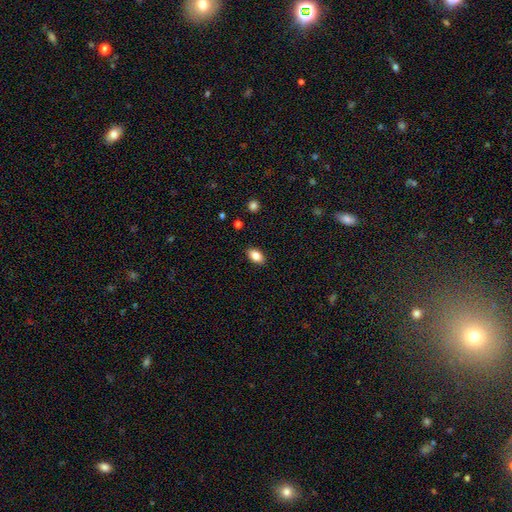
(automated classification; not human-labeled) This appears to be a smooth galaxy with no disk features (86%) that is in between round and cigar-shaped (91%). Merging: none (88%).